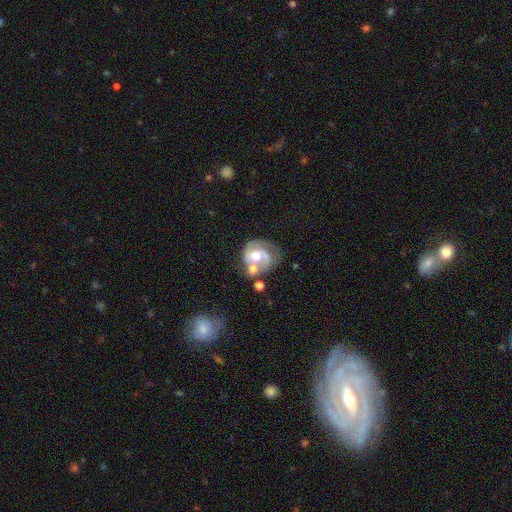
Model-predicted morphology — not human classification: Smooth or featured: featured or disk — 77% (smooth — 17%)
Edge-on disk: no — 98% (yes — 2%)
Bar: no — 60% (weak — 31%)
Spiral arms: yes — 89% (no — 11%)
Spiral winding: medium — 48% (tight — 35%)
Spiral arm count: 2 — 73% (1 — 14%)
Bulge size: moderate — 71% (small — 14%)
Merging: none — 41% (merger — 28%)